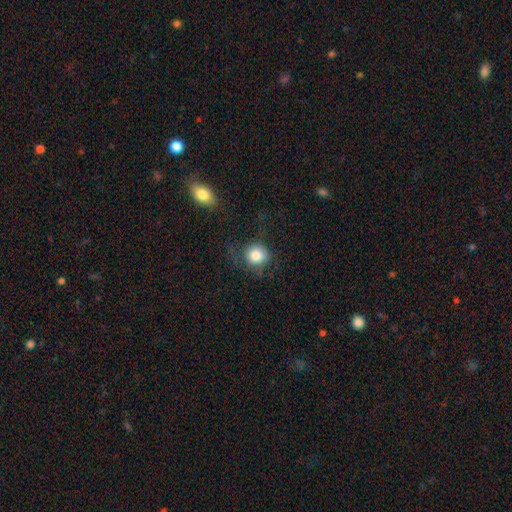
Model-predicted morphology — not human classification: smooth-or-featured: smooth: 82% | star or artifact: 10% | featured or disk: 9%
  how-rounded: round: 85% | in between: 14% | cigar-shaped: 1%
  merging: none: 64% | minor disturbance: 21% | major disturbance: 14% | merger: 2%